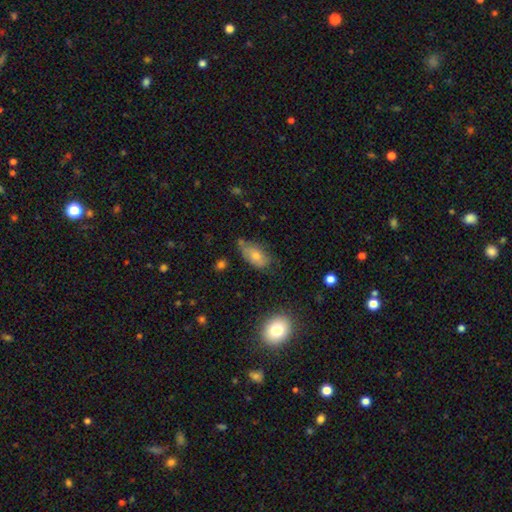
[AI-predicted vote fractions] smooth 65%, featured or disk 25%, star or artifact 10%. Down the decision tree: how rounded — in between (90%); merging — none (56%).